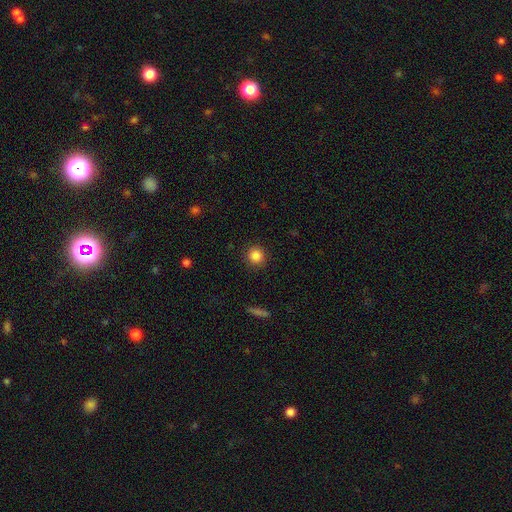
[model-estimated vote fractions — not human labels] Q: Smooth or featured?
A: smooth (86%); runner-up: star or artifact (10%)
Q: How rounded?
A: round (93%); runner-up: in between (6%)
Q: Merging?
A: none (90%); runner-up: minor disturbance (7%)